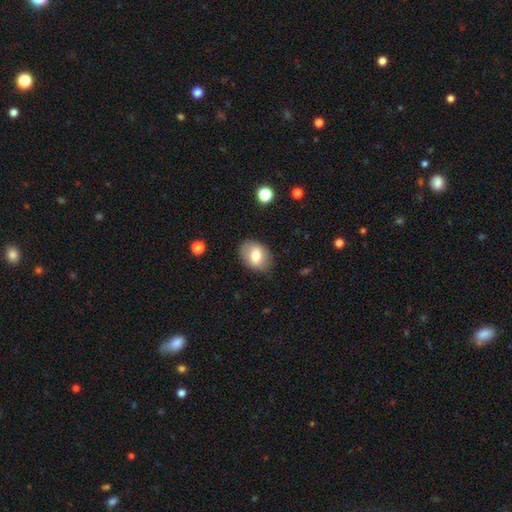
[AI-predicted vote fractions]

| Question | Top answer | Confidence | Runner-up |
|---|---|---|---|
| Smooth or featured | smooth | 70% | featured or disk (21%) |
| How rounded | in between | 67% | round (32%) |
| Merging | none | 82% | minor disturbance (13%) |